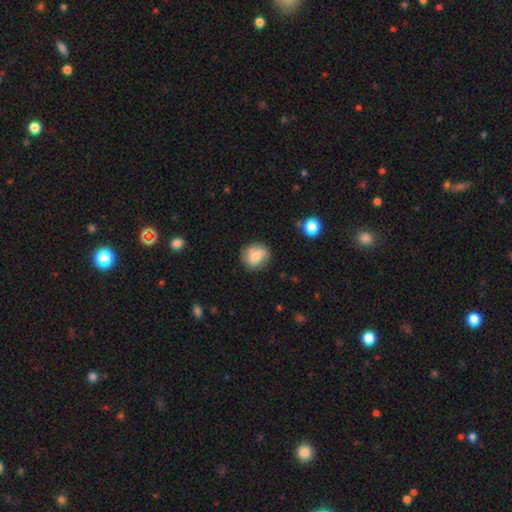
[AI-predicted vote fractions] Q: Smooth or featured?
A: smooth (60%); runner-up: featured or disk (31%)
Q: How rounded?
A: round (75%); runner-up: in between (23%)
Q: Merging?
A: none (74%); runner-up: minor disturbance (18%)